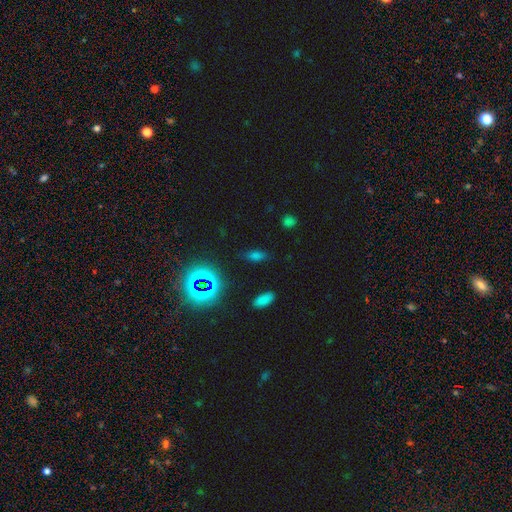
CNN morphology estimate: smooth 56%, star or artifact 34%, featured or disk 10%. Down the decision tree: how rounded — in between (74%); merging — none (81%).